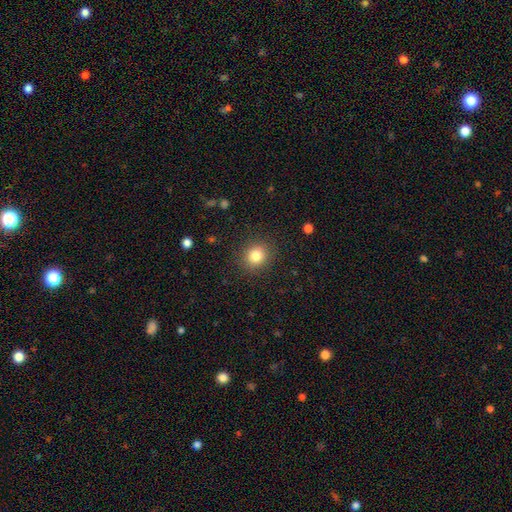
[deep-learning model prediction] Smooth or featured?
  - smooth: 82% *
  - star or artifact: 11%
  - featured or disk: 7%
How rounded?
  - round: 84% *
  - in between: 15%
  - cigar-shaped: 1%
Merging?
  - none: 89% *
  - minor disturbance: 7%
  - major disturbance: 3%
  - merger: 1%